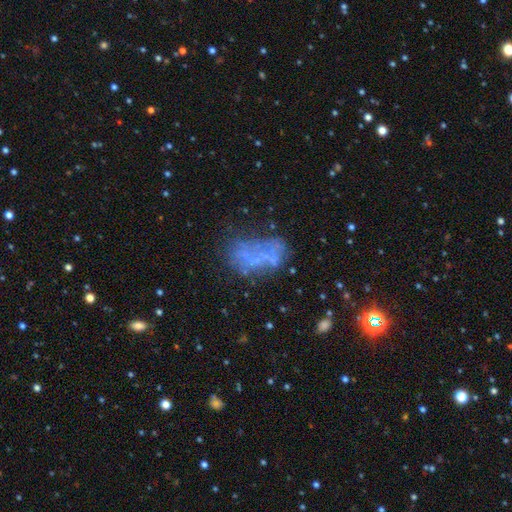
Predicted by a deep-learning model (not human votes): Morphology: type=featured or disk (43%); merging=none (42%).